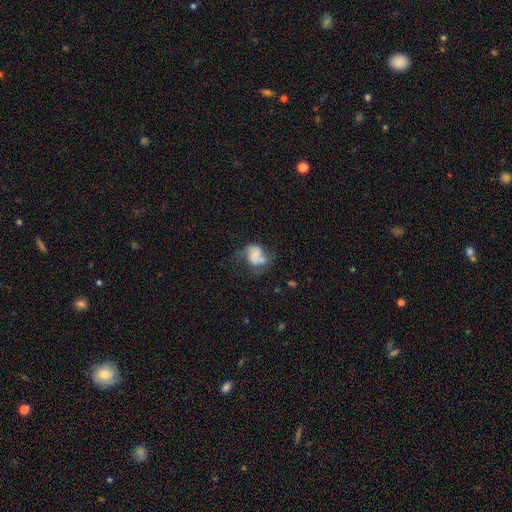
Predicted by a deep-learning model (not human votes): Q: Smooth or featured?
A: smooth (55%); runner-up: featured or disk (35%)
Q: How rounded?
A: in between (55%); runner-up: round (44%)
Q: Merging?
A: major disturbance (29%); tied with: none (29%)